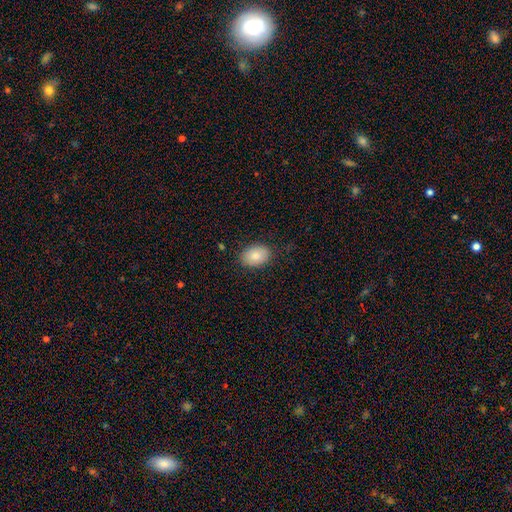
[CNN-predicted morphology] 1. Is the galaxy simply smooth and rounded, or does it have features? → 84% smooth, 9% featured or disk, 7% star or artifact.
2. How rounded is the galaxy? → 80% in between, 19% round, 1% cigar-shaped.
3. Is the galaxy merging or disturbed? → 85% none, 11% minor disturbance, 3% major disturbance, 1% merger.